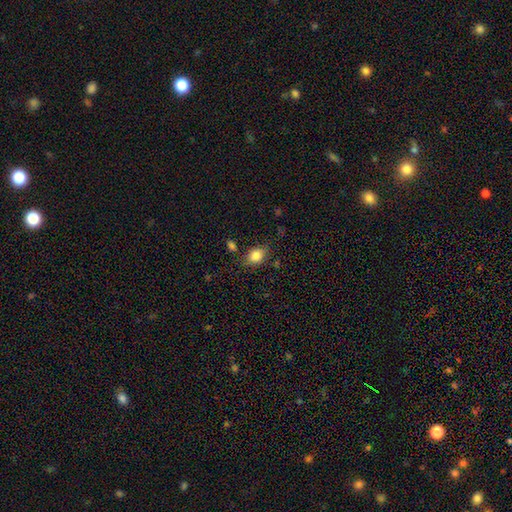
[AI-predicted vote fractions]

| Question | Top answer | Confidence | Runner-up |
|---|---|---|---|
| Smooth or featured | smooth | 83% | star or artifact (10%) |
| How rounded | in between | 62% | round (36%) |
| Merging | none | 75% | minor disturbance (17%) |